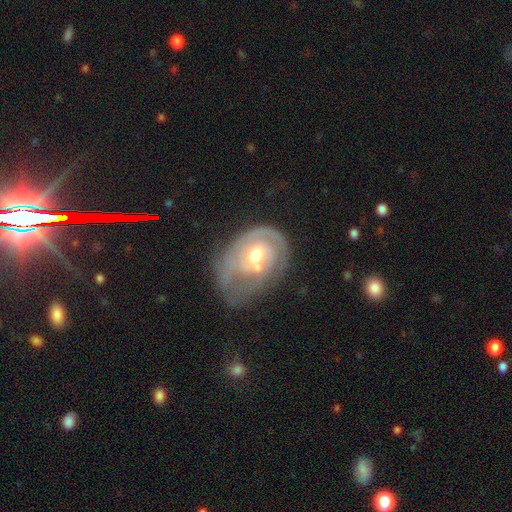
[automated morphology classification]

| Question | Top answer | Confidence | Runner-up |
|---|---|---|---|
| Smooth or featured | featured or disk | 73% | smooth (18%) |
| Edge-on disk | no | 96% | yes (4%) |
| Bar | no | 56% | weak (36%) |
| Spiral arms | yes | 76% | no (24%) |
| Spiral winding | tight | 58% | medium (30%) |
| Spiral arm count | can't tell | 40% | 2 (28%) |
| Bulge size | moderate | 68% | small (22%) |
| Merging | none | 34% | major disturbance (31%) |